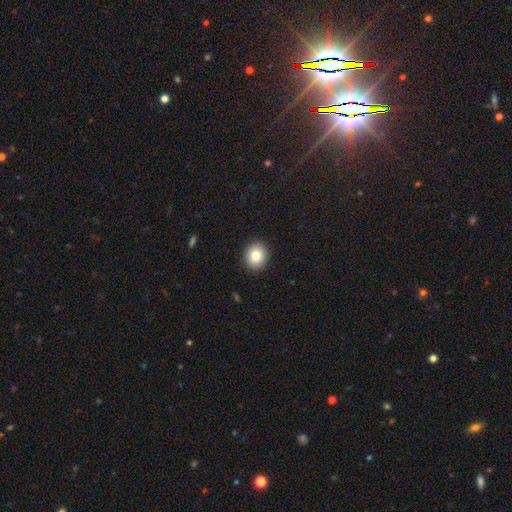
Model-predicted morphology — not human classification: This is clearly a smooth galaxy (84%). How rounded: likely round (74%). Merging: clearly none (91%).